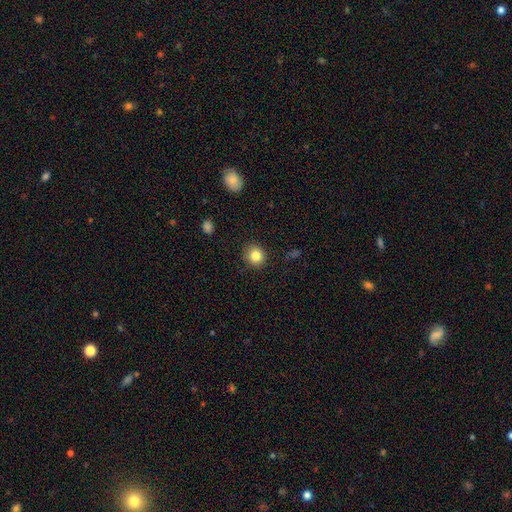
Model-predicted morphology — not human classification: smooth_or_featured: smooth (p=0.83) [alt: star or artifact p=0.10]
how_rounded: round (p=0.89) [alt: in between p=0.10]
merging: none (p=0.90) [alt: minor disturbance p=0.07]